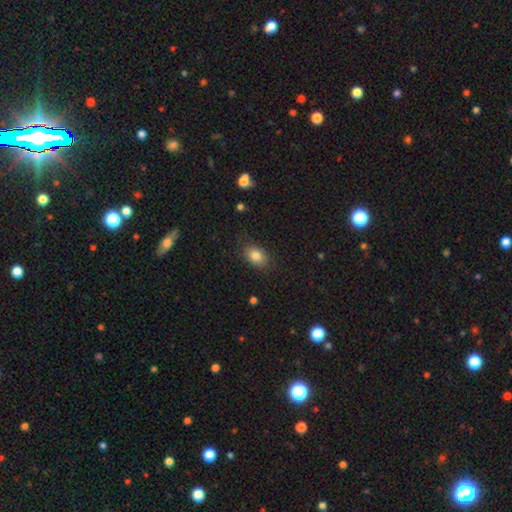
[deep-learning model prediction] A smooth galaxy with no disk features (83%) that is in between round and cigar-shaped (81%).

Vote fractions:
- Smooth or featured? smooth: 83% / star or artifact: 9% / featured or disk: 8%
- How rounded? in between: 81% / round: 18% / cigar-shaped: 1%
- Merging? none: 83% / minor disturbance: 12% / major disturbance: 3% / merger: 1%